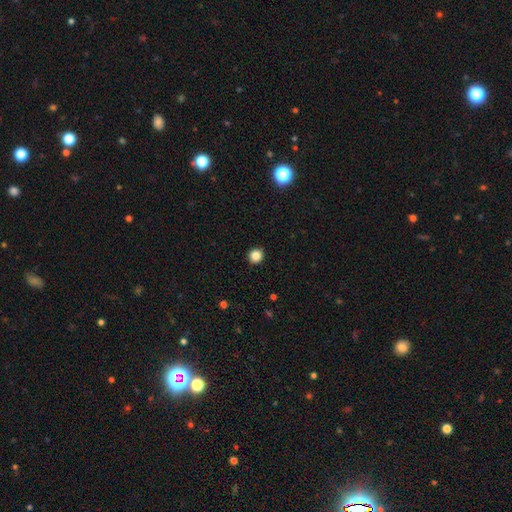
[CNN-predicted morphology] type=smooth (85%); roundness=round (93%); merging=none (92%).